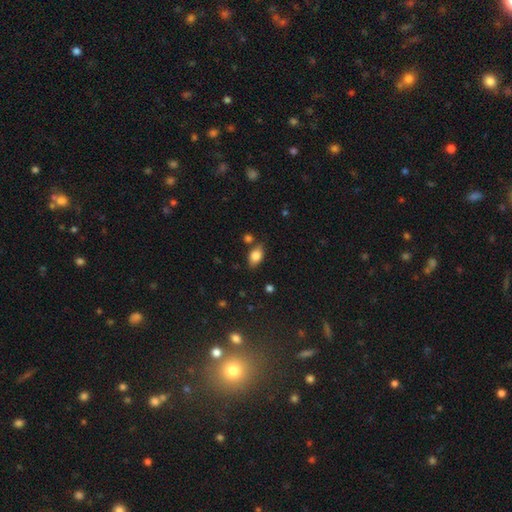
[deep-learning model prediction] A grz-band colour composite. It shows a smooth galaxy with no disk features (82%) that is in between round and cigar-shaped (88%). Merging: none (75%).